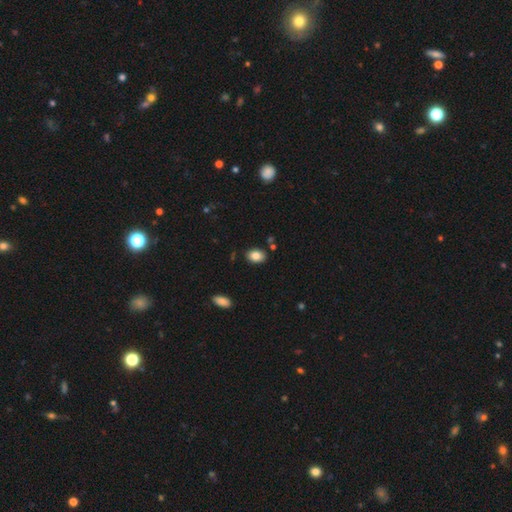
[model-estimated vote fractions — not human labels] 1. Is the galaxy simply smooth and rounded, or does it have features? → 84% smooth, 8% star or artifact, 7% featured or disk.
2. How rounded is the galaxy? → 81% in between, 18% round, 1% cigar-shaped.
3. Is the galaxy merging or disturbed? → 85% none, 10% minor disturbance, 3% merger, 2% major disturbance.